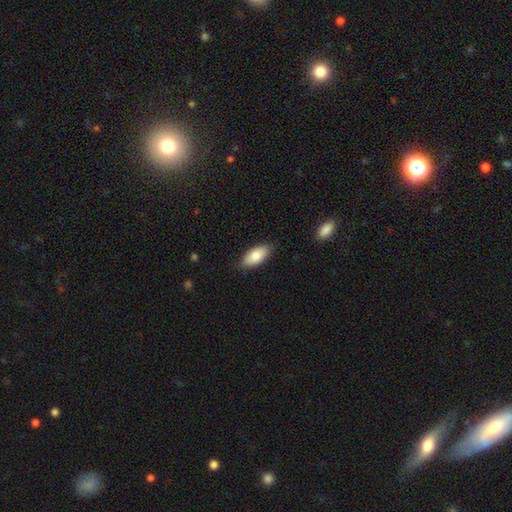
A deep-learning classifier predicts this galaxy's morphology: A smooth galaxy with no disk features (81%) that is in between round and cigar-shaped (89%).

Vote fractions:
- Smooth or featured? smooth: 81% / featured or disk: 12% / star or artifact: 6%
- How rounded? in between: 89% / cigar-shaped: 9% / round: 2%
- Merging? none: 85% / minor disturbance: 12% / major disturbance: 2% / merger: 1%